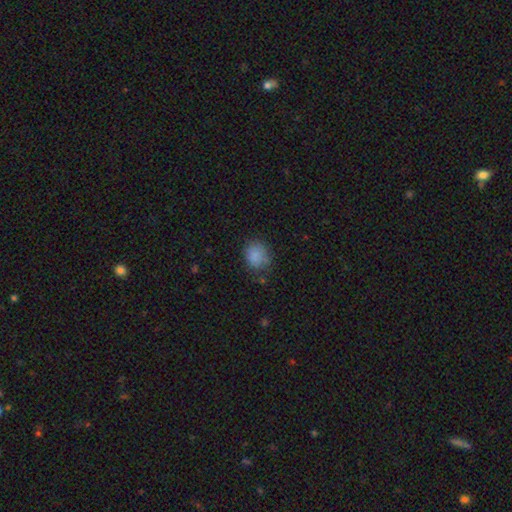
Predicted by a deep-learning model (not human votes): Smooth or featured: smooth — 84% (star or artifact — 10%)
How rounded: round — 70% (in between — 30%)
Merging: none — 71% (minor disturbance — 20%)